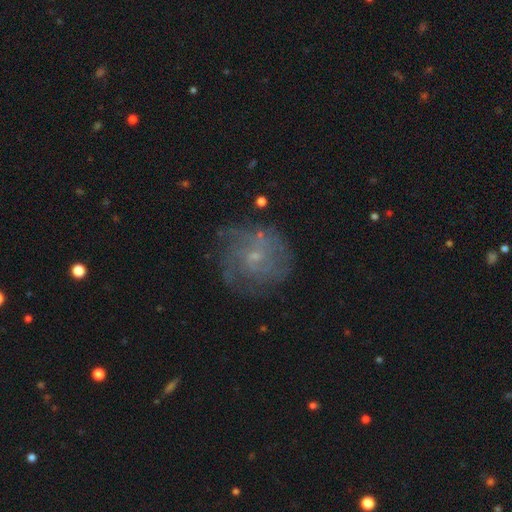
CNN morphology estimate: Smooth or featured?
  - featured or disk: 66% *
  - smooth: 22%
  - star or artifact: 12%
Edge-on disk?
  - no: 98% *
  - yes: 2%
Bar?
  - no: 71% *
  - weak: 26%
  - strong: 3%
Spiral arms?
  - yes: 79% *
  - no: 21%
Spiral winding?
  - tight: 47% *
  - medium: 36%
  - loose: 17%
Spiral arm count?
  - can't tell: 47% *
  - 3: 15%
  - 4: 13%
  - 2: 12%
  - more than 4: 6%
  - 1: 6%
Bulge size?
  - small: 77% *
  - moderate: 15%
  - none: 7%
  - large: 1%
  - dominant: 1%
Merging?
  - none: 70% *
  - minor disturbance: 17%
  - major disturbance: 10%
  - merger: 2%